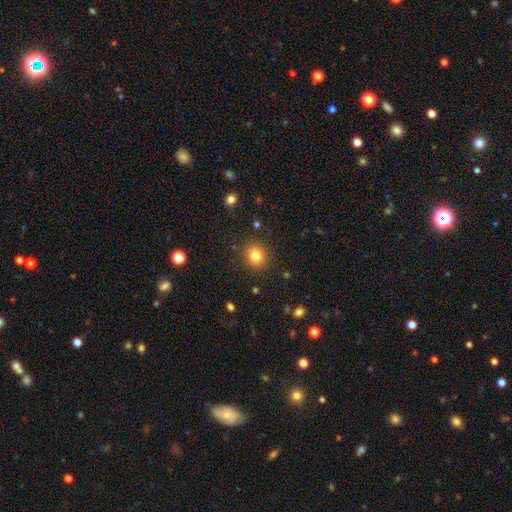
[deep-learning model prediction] This is clearly a smooth galaxy (82%). How rounded: clearly round (81%). Merging: clearly none (89%).